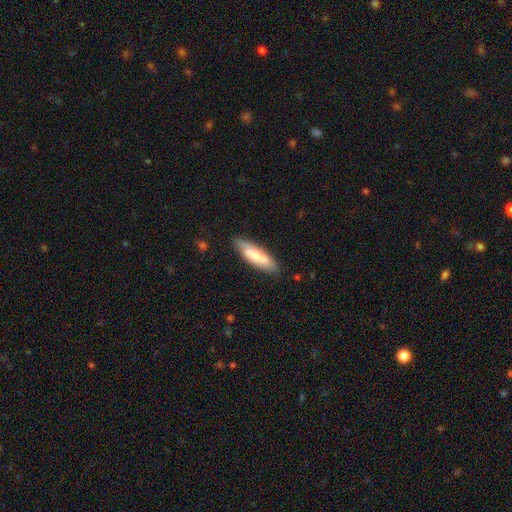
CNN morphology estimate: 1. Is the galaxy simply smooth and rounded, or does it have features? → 67% smooth, 27% featured or disk, 6% star or artifact.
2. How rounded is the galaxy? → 57% cigar-shaped, 41% in between, 1% round.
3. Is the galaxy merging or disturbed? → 77% none, 18% minor disturbance, 4% major disturbance, 2% merger.